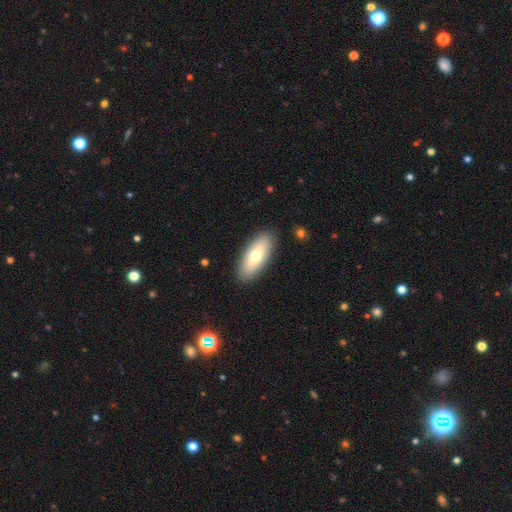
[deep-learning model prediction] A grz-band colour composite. It shows a smooth galaxy with no disk features (69%) that is in between round and cigar-shaped (82%). Merging: none (89%).